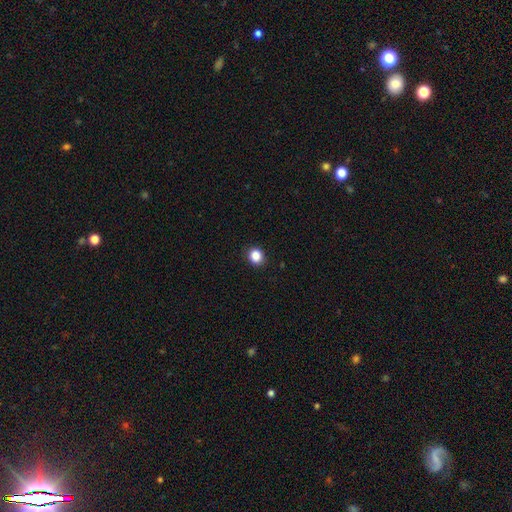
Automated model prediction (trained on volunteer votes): smooth_or_featured: smooth (p=0.87) [alt: star or artifact p=0.10]
how_rounded: round (p=0.79) [alt: in between p=0.20]
merging: none (p=0.91) [alt: minor disturbance p=0.06]